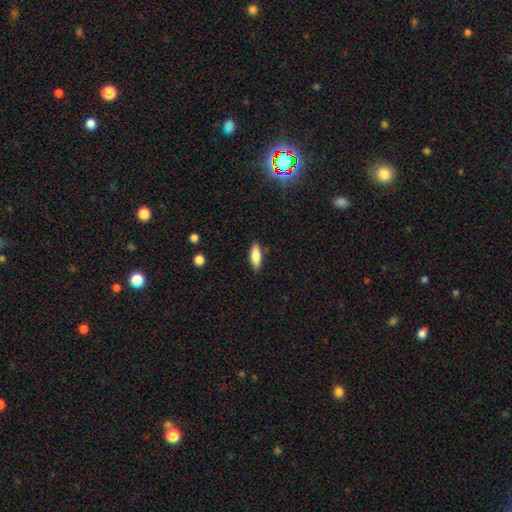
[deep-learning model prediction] smooth_or_featured: smooth (p=0.82) [alt: featured or disk p=0.12]
how_rounded: in between (p=0.65) [alt: cigar-shaped p=0.33]
merging: none (p=0.84) [alt: minor disturbance p=0.12]